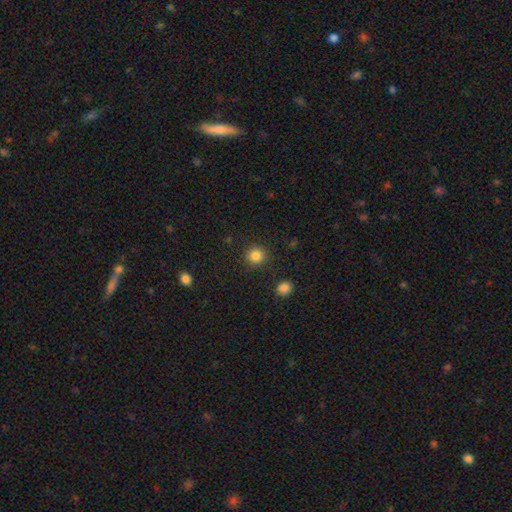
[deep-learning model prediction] smooth 84%, star or artifact 11%, featured or disk 4%. Down the decision tree: how rounded — round (91%); merging — none (90%).